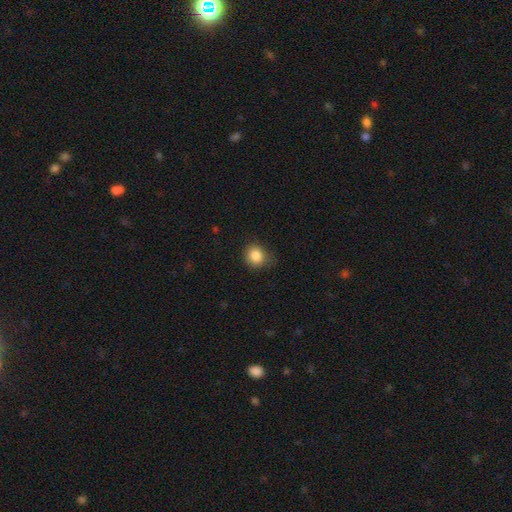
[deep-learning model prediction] Overall: smooth (86%). How rounded: round (75%). Merging: none (73%).